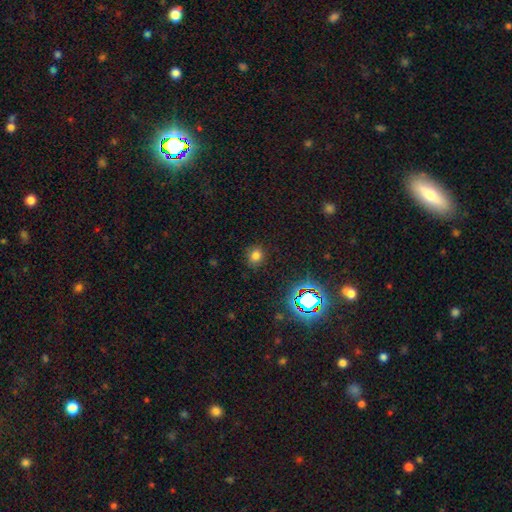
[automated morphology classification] This is likely a smooth galaxy (73%). How rounded: likely round (75%). Merging: clearly none (84%).